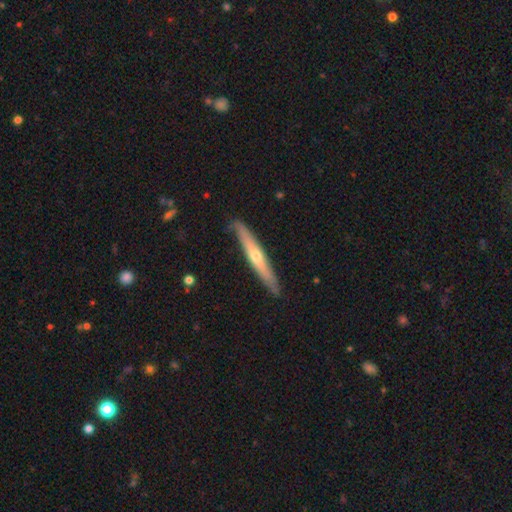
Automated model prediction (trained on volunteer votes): Smooth or featured? featured or disk (61%)
Edge-on disk? yes (92%)
Edge-on bulge? rounded (76%)
Merging? none (86%)